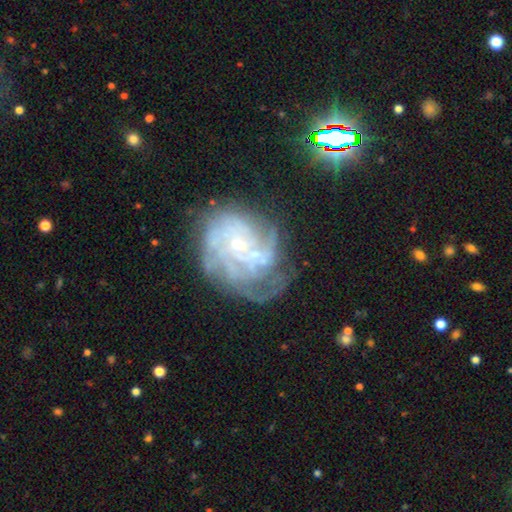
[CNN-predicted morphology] Smooth or featured? Predicted: featured or disk (p=0.80). Edge-on disk? Predicted: no (p=0.97). Bar? Predicted: no (p=0.62). Spiral arms? Predicted: yes (p=0.89). Spiral winding? Predicted: tight (p=0.58). Spiral arm count? Predicted: can't tell (p=0.36). Bulge size? Predicted: small (p=0.68). Merging? Predicted: none (p=0.54).